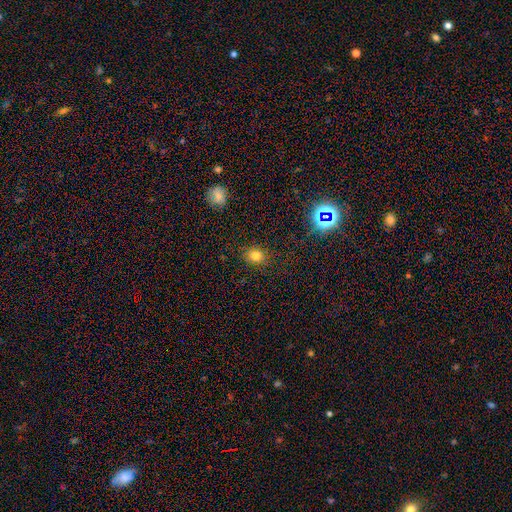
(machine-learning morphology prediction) A smooth galaxy with no disk features (78%) that is round (58%). Merging: none (86%).